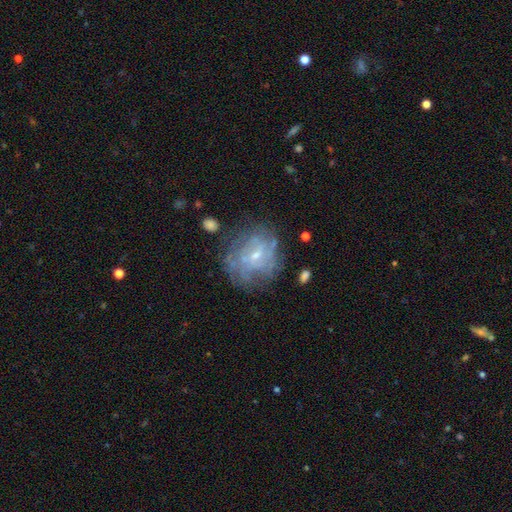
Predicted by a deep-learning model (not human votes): Smooth or featured? featured or disk (70%)
Edge-on disk? no (97%)
Bar? no (51%)
Spiral arms? yes (64%)
Bulge size? small (69%)
Merging? none (63%)